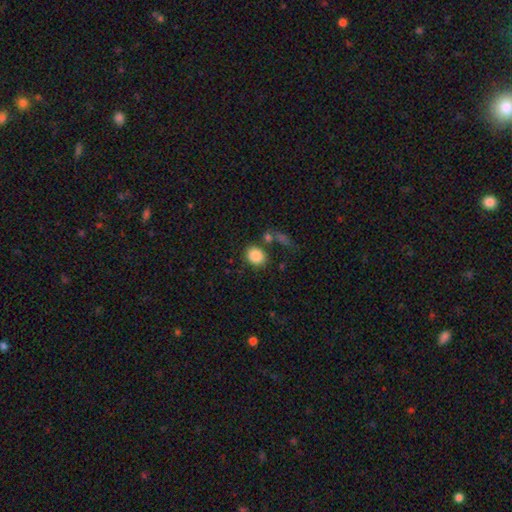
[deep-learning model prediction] Smooth or featured?
  - smooth: 87% *
  - star or artifact: 9%
  - featured or disk: 5%
How rounded?
  - round: 62% *
  - in between: 37%
  - cigar-shaped: 1%
Merging?
  - none: 74% *
  - minor disturbance: 11%
  - merger: 10%
  - major disturbance: 5%